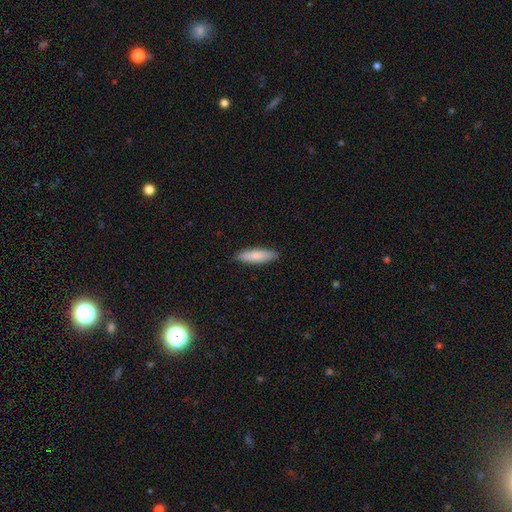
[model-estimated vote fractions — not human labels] smooth 84%, featured or disk 11%, star or artifact 5%. Down the decision tree: how rounded — cigar-shaped (61%); merging — none (89%).